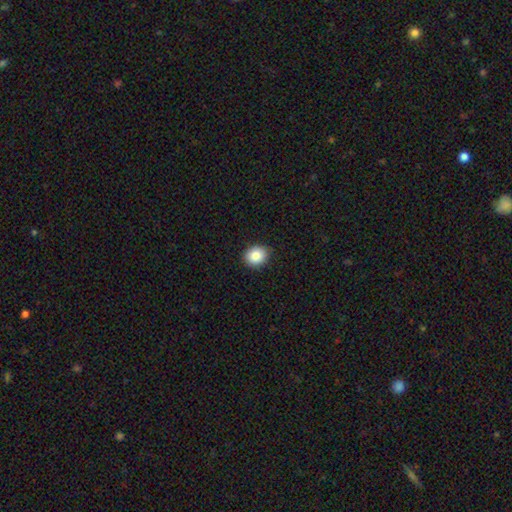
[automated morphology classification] Smooth or featured? Predicted: smooth (p=0.86). How rounded? Predicted: round (p=0.66). Merging? Predicted: none (p=0.89).